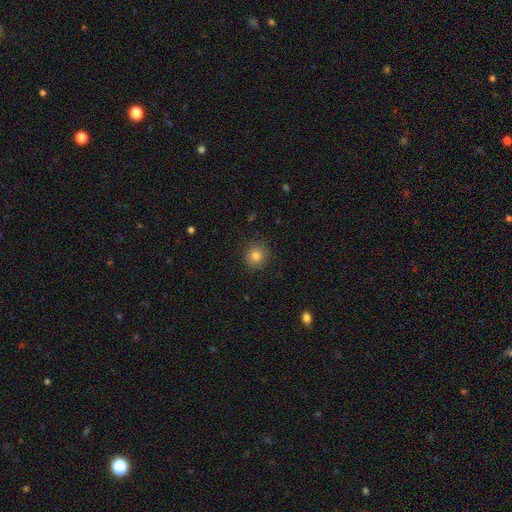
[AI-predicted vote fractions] Smooth or featured?
  - smooth: 82% *
  - star or artifact: 12%
  - featured or disk: 7%
How rounded?
  - round: 92% *
  - in between: 7%
  - cigar-shaped: 1%
Merging?
  - none: 90% *
  - minor disturbance: 7%
  - major disturbance: 2%
  - merger: 1%